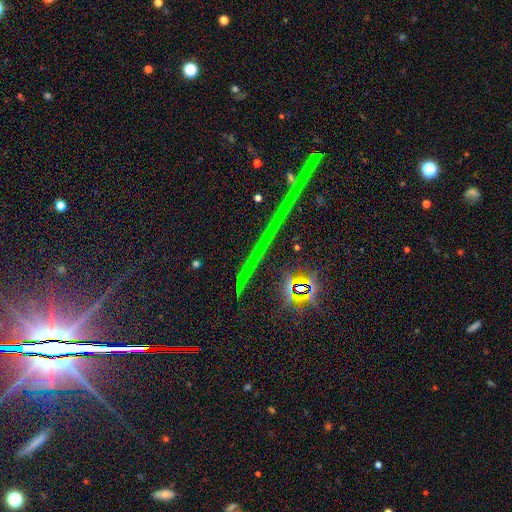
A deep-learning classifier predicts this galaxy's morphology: Smooth or featured: star or artifact — 79% (featured or disk — 13%)